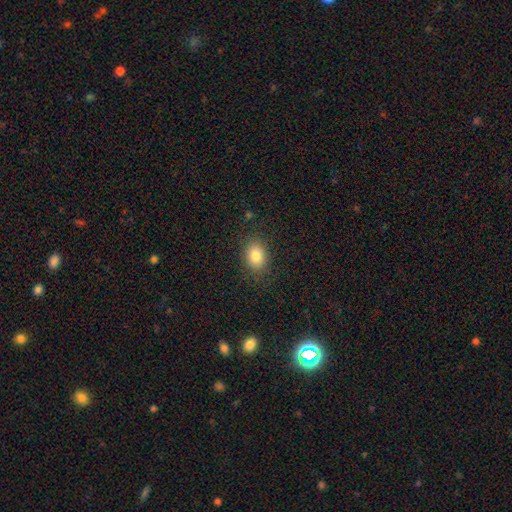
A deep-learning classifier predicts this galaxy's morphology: A smooth galaxy with no disk features (82%) that is in between round and cigar-shaped (64%).

Vote fractions:
- Smooth or featured? smooth: 82% / star or artifact: 10% / featured or disk: 8%
- How rounded? in between: 64% / round: 35% / cigar-shaped: 1%
- Merging? none: 86% / minor disturbance: 10% / major disturbance: 3% / merger: 1%